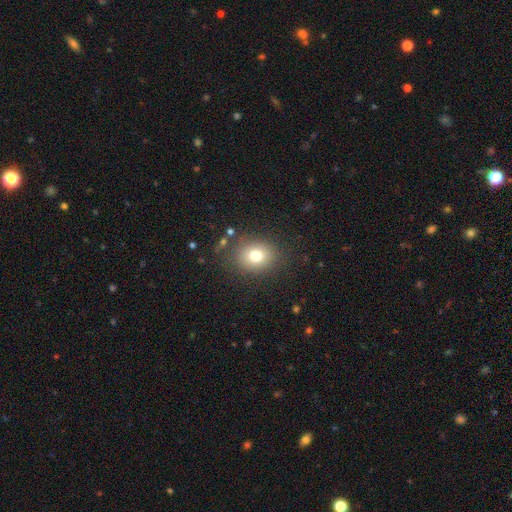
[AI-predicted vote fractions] A smooth galaxy with no disk features (76%) that is round (67%).

Vote fractions:
- Smooth or featured? smooth: 76% / star or artifact: 13% / featured or disk: 11%
- How rounded? round: 67% / in between: 32% / cigar-shaped: 1%
- Merging? none: 83% / minor disturbance: 11% / major disturbance: 5% / merger: 2%